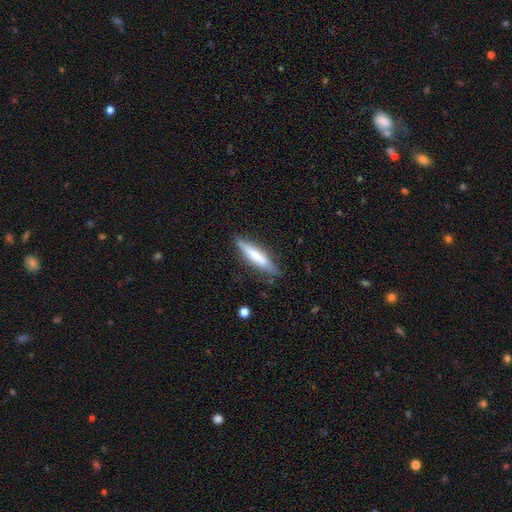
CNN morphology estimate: Smooth or featured? Predicted: smooth (p=0.62). How rounded? Predicted: cigar-shaped (p=0.84). Merging? Predicted: none (p=0.81).